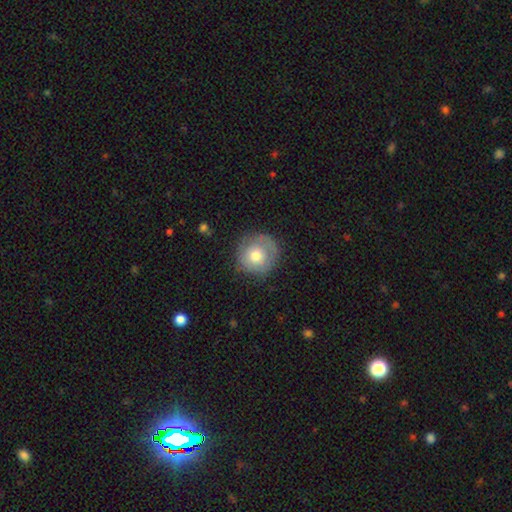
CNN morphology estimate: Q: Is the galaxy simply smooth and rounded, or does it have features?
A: smooth — 65%.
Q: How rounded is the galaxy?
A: round — 93%.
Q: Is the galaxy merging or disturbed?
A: none — 75%.